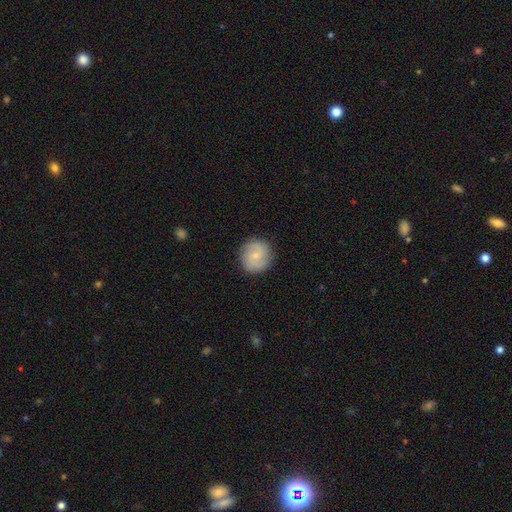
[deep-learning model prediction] smooth_or_featured: featured or disk (p=0.49) [alt: smooth p=0.44]
merging: none (p=0.88) [alt: minor disturbance p=0.09]